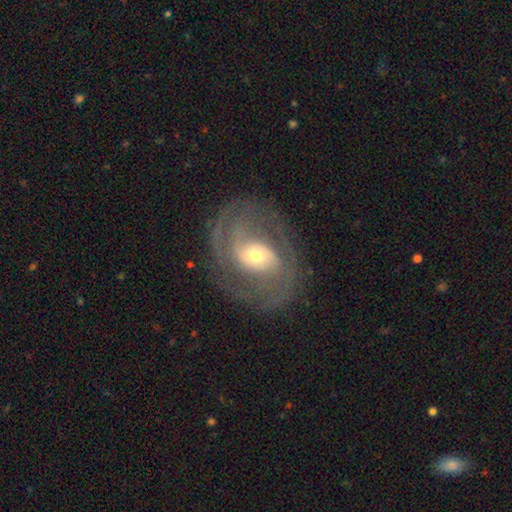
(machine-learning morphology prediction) Smooth or featured? featured or disk (84%)
Edge-on disk? no (97%)
Bar? no (47%)
Spiral arms? yes (92%)
Spiral winding? tight (43%, tied with medium)
Spiral arm count? 2 (64%)
Bulge size? moderate (53%)
Merging? none (76%)